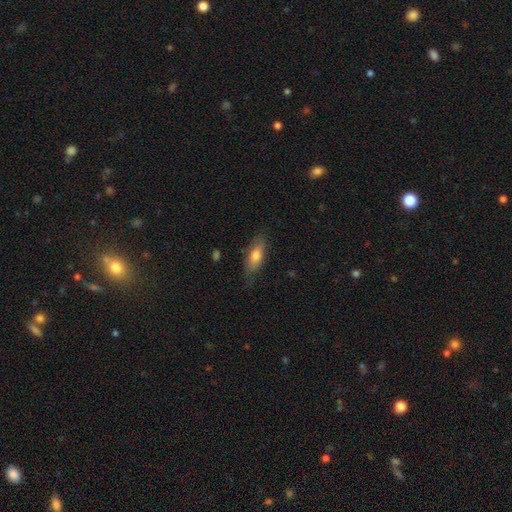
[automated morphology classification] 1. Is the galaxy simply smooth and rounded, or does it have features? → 72% smooth, 21% featured or disk, 6% star or artifact.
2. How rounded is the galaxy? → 73% in between, 24% cigar-shaped, 3% round.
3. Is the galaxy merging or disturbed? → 72% none, 21% minor disturbance, 5% major disturbance, 1% merger.